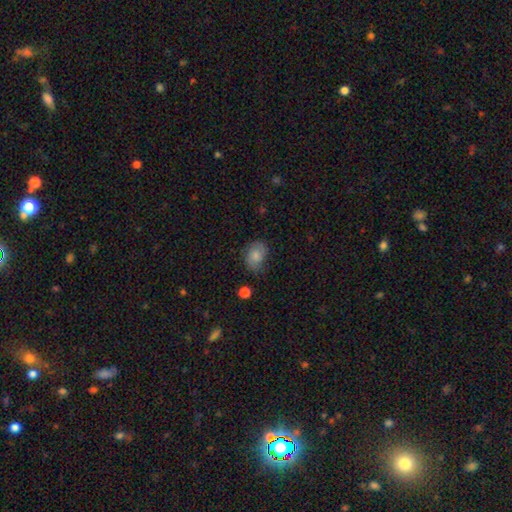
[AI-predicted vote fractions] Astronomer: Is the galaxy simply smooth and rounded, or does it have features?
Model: smooth — 74%.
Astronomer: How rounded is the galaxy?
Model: in between — 66%.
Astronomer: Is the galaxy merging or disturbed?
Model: none — 64%.